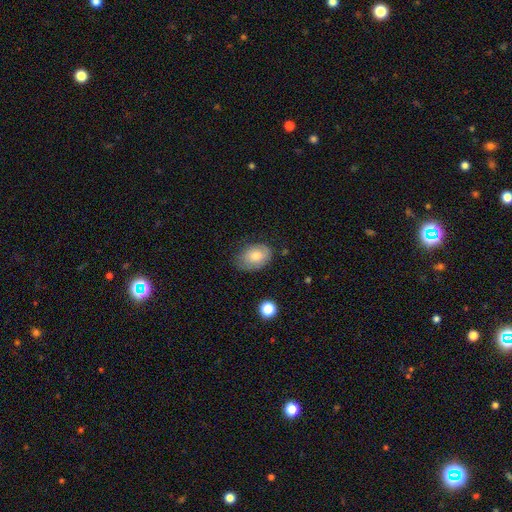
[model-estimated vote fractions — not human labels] smooth 71%, featured or disk 21%, star or artifact 8%. Down the decision tree: how rounded — in between (82%); merging — none (70%).